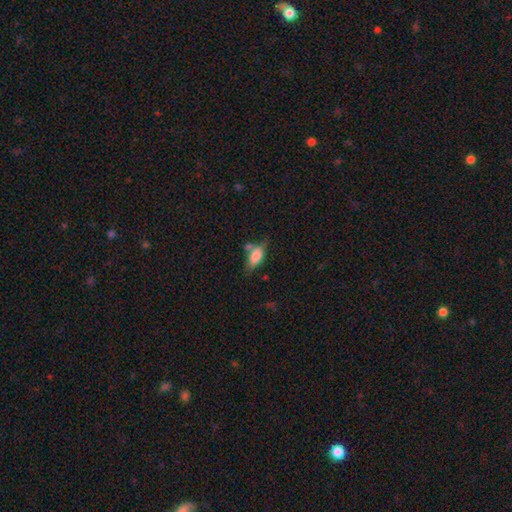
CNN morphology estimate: The model was most divided on "merging": none: 45%, minor disturbance: 24%, merger: 21%, major disturbance: 10%. More confident: how rounded — in between (85%); smooth or featured — smooth (78%).